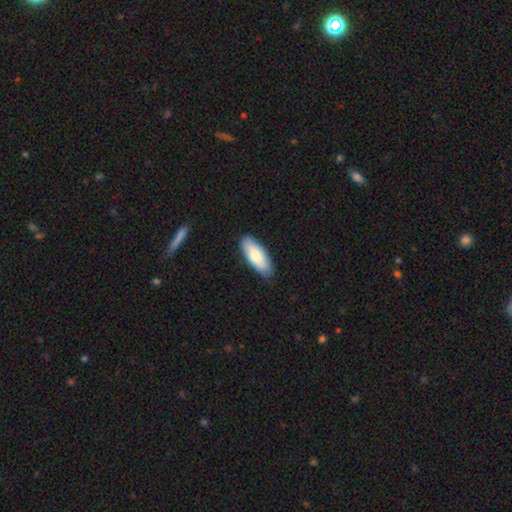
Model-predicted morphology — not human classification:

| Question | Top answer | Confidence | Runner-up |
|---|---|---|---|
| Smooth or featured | smooth | 78% | featured or disk (17%) |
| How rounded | in between | 75% | cigar-shaped (24%) |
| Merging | none | 84% | minor disturbance (12%) |